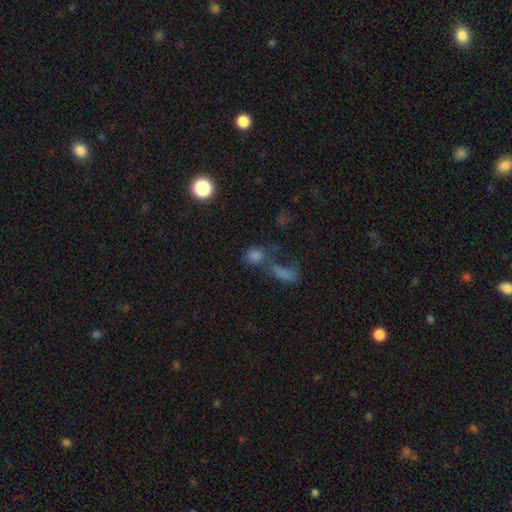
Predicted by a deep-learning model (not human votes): Q: Smooth or featured?
A: smooth (71%); runner-up: star or artifact (20%)
Q: How rounded?
A: round (59%); runner-up: in between (35%)
Q: Merging?
A: none (44%); runner-up: merger (38%)